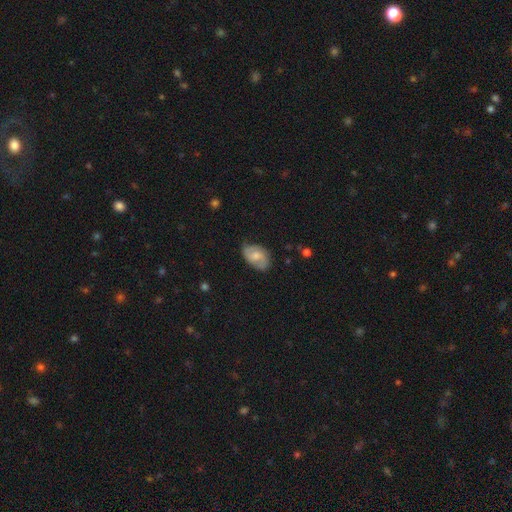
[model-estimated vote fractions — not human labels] Smooth or featured: smooth — 48% (featured or disk — 45%)
Merging: none — 68% (minor disturbance — 26%)